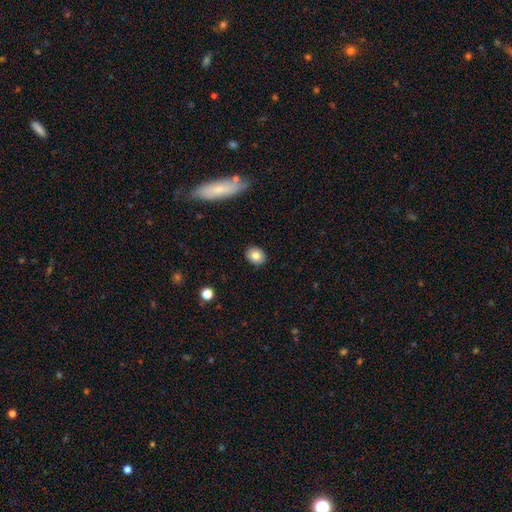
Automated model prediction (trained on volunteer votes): Q: Smooth or featured?
A: smooth (81%); runner-up: featured or disk (10%)
Q: How rounded?
A: round (53%); runner-up: in between (46%)
Q: Merging?
A: none (90%); runner-up: minor disturbance (7%)